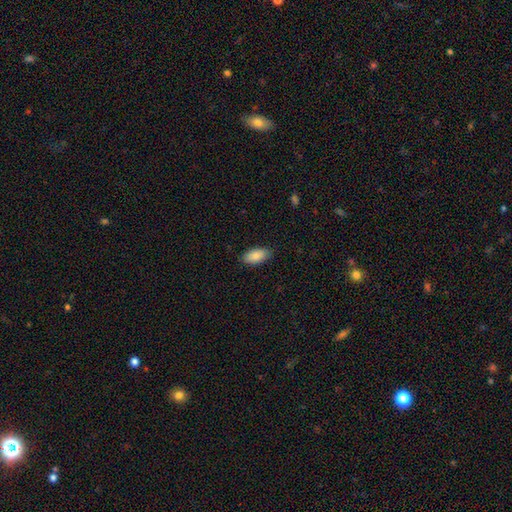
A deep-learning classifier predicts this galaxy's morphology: type=smooth (85%); roundness=in between (93%); merging=none (84%).